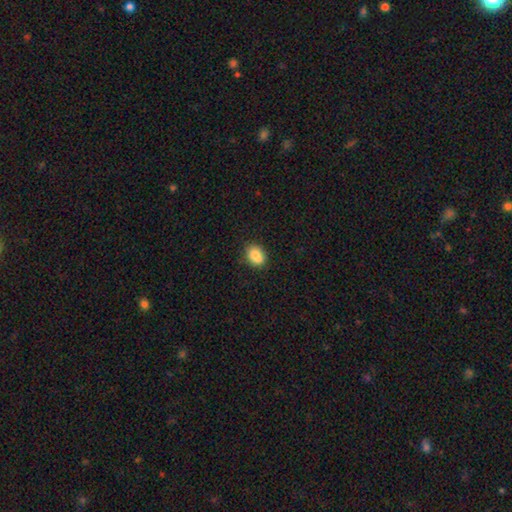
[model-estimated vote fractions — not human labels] smooth-or-featured: smooth: 82% | star or artifact: 9% | featured or disk: 9%
  how-rounded: in between: 62% | round: 37% | cigar-shaped: 1%
  merging: none: 68% | minor disturbance: 17% | merger: 11% | major disturbance: 4%